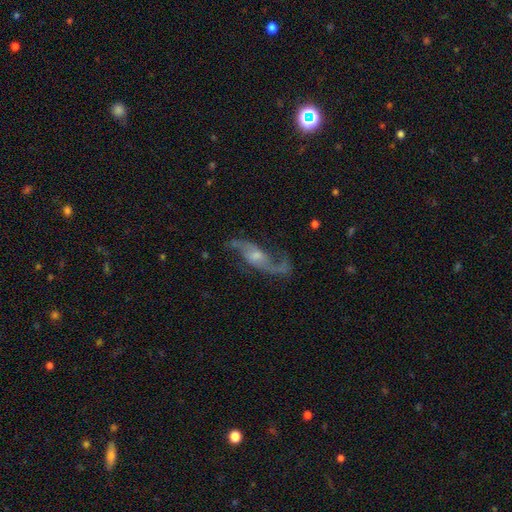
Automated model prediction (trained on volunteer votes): The model was most divided on "bulge size": small: 45%, moderate: 43%, none: 6%, large: 5%, dominant: 1%. More confident: spiral arms — yes (96%); edge-on disk — no (92%); spiral arm count — 2 (92%); smooth or featured — featured or disk (87%); merging — none (75%); spiral winding — loose (71%); bar — no (53%).